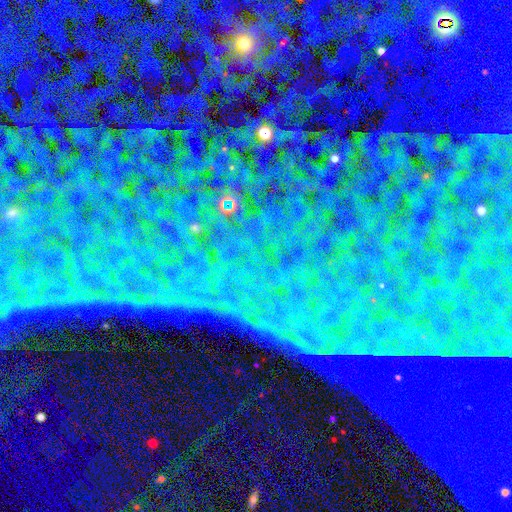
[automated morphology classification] This is clearly a star or artifact rather than a galaxy (86%).